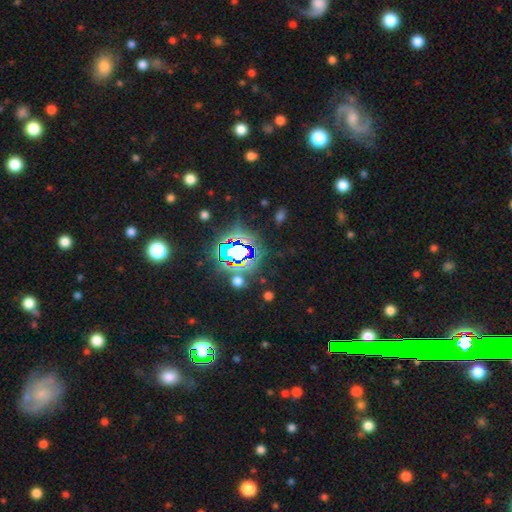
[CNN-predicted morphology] Smooth or featured?
  - star or artifact: 78% *
  - smooth: 13%
  - featured or disk: 9%